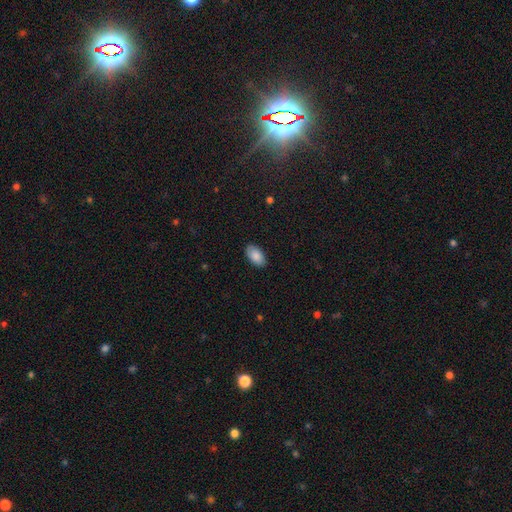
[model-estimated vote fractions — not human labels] smooth-or-featured: smooth: 88% | star or artifact: 6% | featured or disk: 6%
  how-rounded: in between: 95% | round: 3% | cigar-shaped: 2%
  merging: none: 87% | minor disturbance: 10% | major disturbance: 2% | merger: 1%